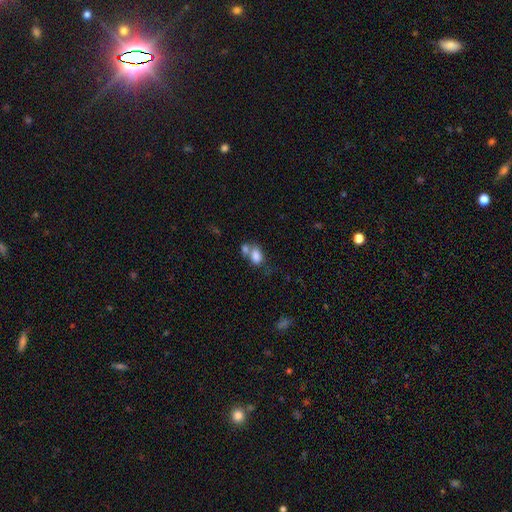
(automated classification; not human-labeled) Smooth or featured?
  - smooth: 80% *
  - featured or disk: 11%
  - star or artifact: 9%
How rounded?
  - in between: 77% *
  - round: 21%
  - cigar-shaped: 1%
Merging?
  - merger: 50% *
  - none: 31%
  - minor disturbance: 12%
  - major disturbance: 7%